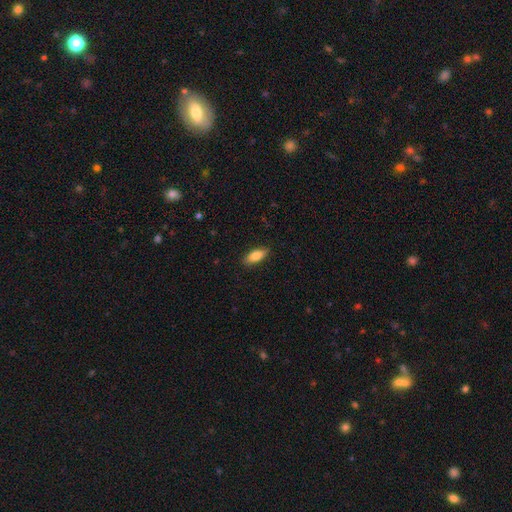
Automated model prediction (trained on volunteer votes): A smooth galaxy with no disk features (85%) that is in between round and cigar-shaped (80%).

Vote fractions:
- Smooth or featured? smooth: 85% / featured or disk: 9% / star or artifact: 6%
- How rounded? in between: 80% / cigar-shaped: 18% / round: 2%
- Merging? none: 87% / minor disturbance: 10% / major disturbance: 2% / merger: 1%